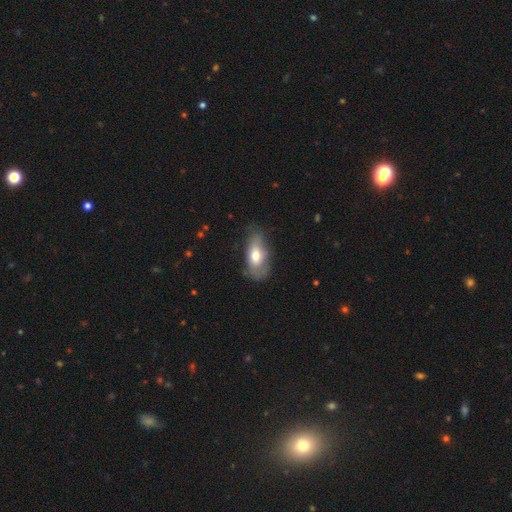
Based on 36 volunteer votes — A smooth galaxy with no disk features (72%) that is in between round and cigar-shaped (81%).

Vote fractions:
- Smooth or featured? smooth: 72% / featured or disk: 19% / star or artifact: 8%
- How rounded? in between: 81% / cigar-shaped: 15% / round: 4%
- Merging? none: 61% / minor disturbance: 27% / major disturbance: 9% / merger: 3%